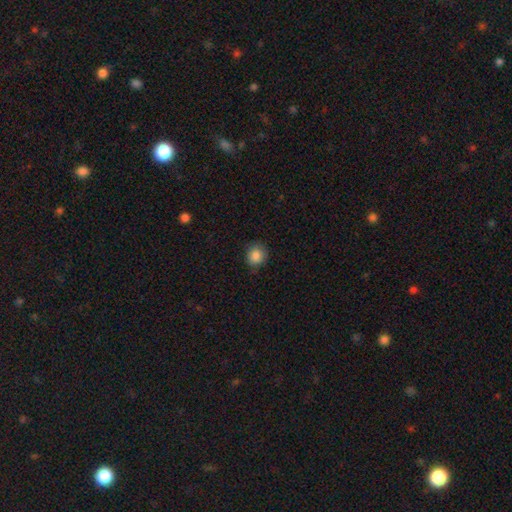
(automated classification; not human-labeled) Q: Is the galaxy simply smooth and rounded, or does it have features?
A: smooth — 86%.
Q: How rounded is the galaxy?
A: round — 87%.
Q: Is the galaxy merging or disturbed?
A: none — 83%.